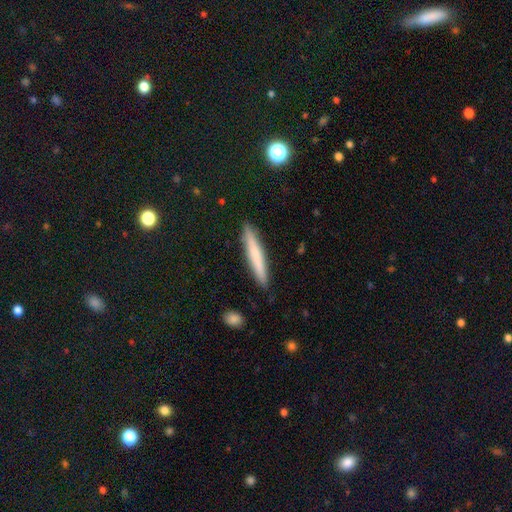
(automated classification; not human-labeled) This appears to be a smooth galaxy with no disk features (68%) that is cigar-shaped (95%). Merging: none (90%).